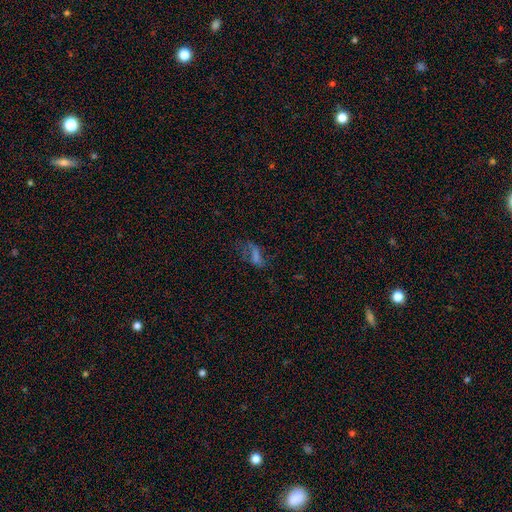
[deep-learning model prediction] Smooth or featured? smooth (37%)
Merging? none (45%)